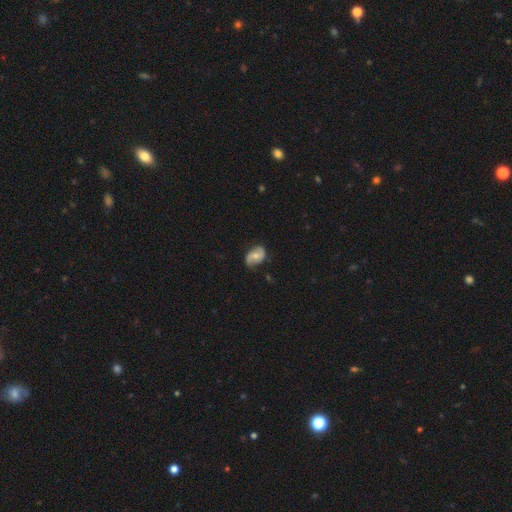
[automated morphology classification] Q: Smooth or featured?
A: featured or disk (54%); runner-up: smooth (39%)
Q: Edge-on disk?
A: no (96%); runner-up: yes (4%)
Q: Bar?
A: no (63%); runner-up: weak (29%)
Q: Spiral arms?
A: yes (83%); runner-up: no (17%)
Q: Bulge size?
A: moderate (57%); runner-up: small (37%)
Q: Merging?
A: none (74%); runner-up: minor disturbance (21%)